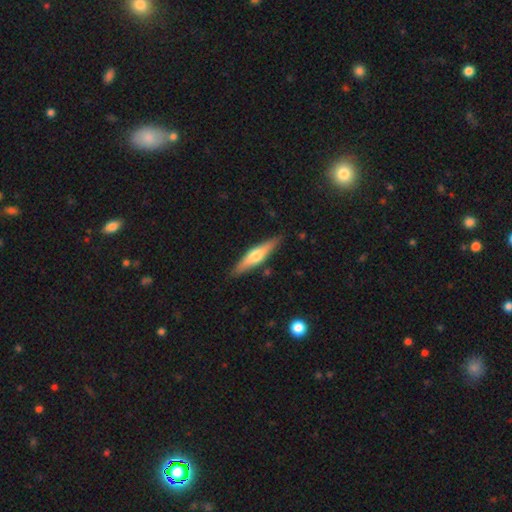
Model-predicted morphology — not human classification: Smooth or featured? Predicted: featured or disk (p=0.51). Edge-on disk? Predicted: yes (p=0.93). Merging? Predicted: none (p=0.87).